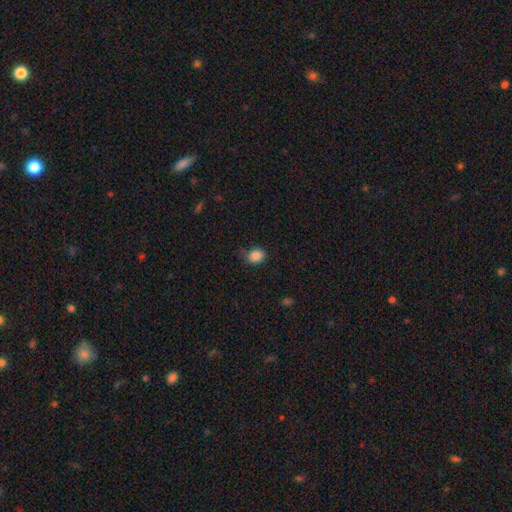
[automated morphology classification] Smooth or featured? Predicted: smooth (p=0.86). How rounded? Predicted: round (p=0.58). Merging? Predicted: none (p=0.64).